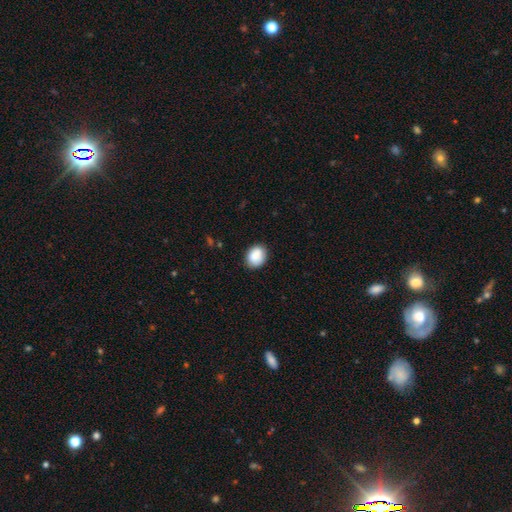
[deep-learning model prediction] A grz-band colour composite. It shows a smooth galaxy with no disk features (86%) that is in between round and cigar-shaped (54%). Merging: none (80%).